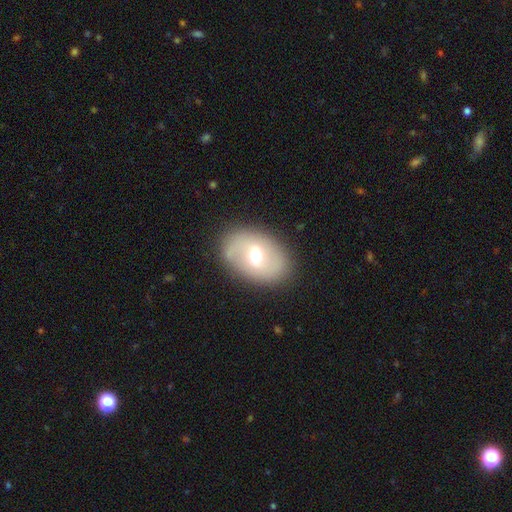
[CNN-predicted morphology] Q: Smooth or featured?
A: smooth (49%); runner-up: featured or disk (43%)
Q: Merging?
A: none (83%); runner-up: minor disturbance (12%)